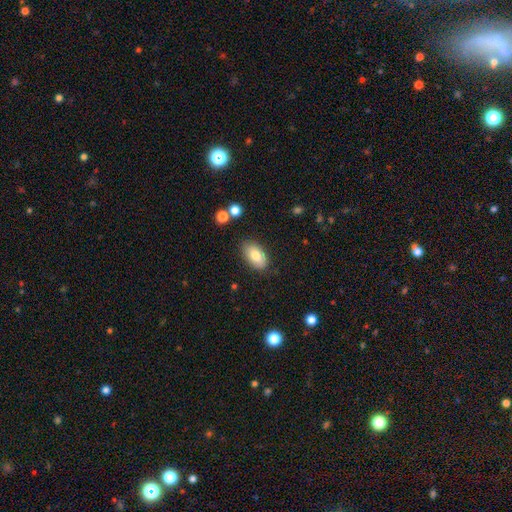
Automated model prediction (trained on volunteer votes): This appears to be a smooth galaxy with no disk features (80%) that is in between round and cigar-shaped (93%). Merging: none (83%).